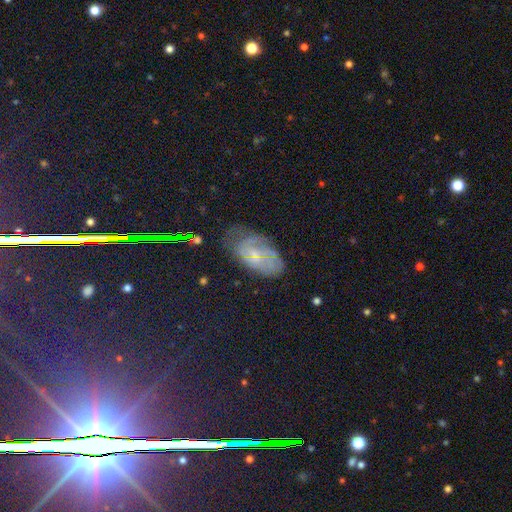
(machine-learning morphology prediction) This is possibly a featured or disk galaxy (55%). It is clearly not viewed edge-on (94%). Bar: likely no (68%). Spiral arm pattern: likely yes (79%). Central bulge: likely small (72%). Merging: possibly none (55%).